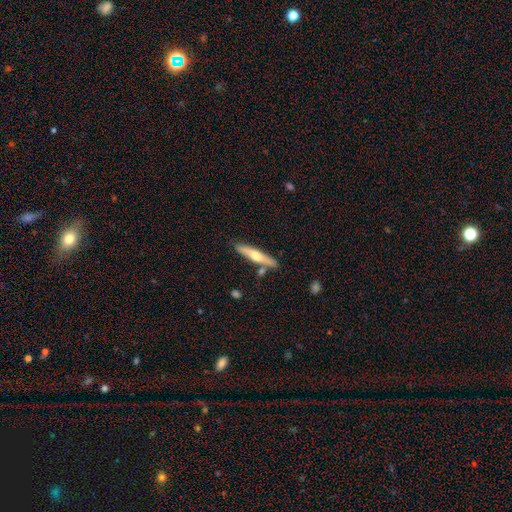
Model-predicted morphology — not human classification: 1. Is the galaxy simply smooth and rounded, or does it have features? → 48% smooth, 46% featured or disk, 5% star or artifact.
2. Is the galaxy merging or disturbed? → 78% none, 12% minor disturbance, 7% merger, 2% major disturbance.